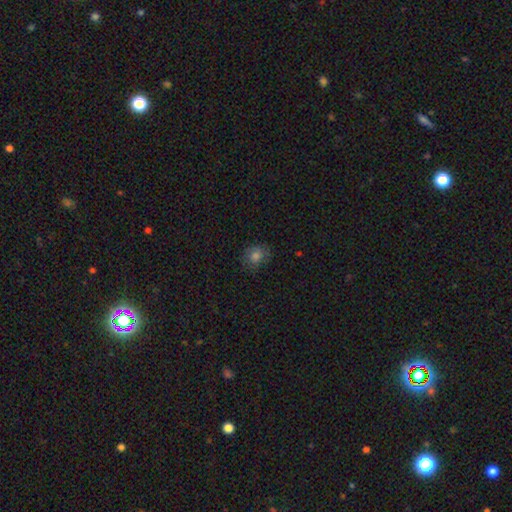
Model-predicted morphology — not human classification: Smooth or featured? smooth (76%)
How rounded? round (67%)
Merging? none (78%)